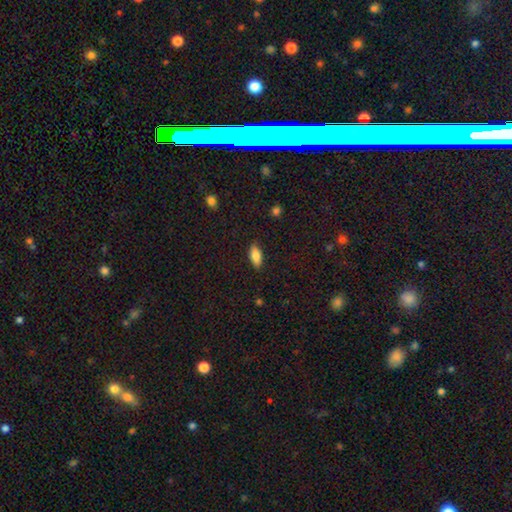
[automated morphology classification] A smooth galaxy with no disk features (83%) that is in between round and cigar-shaped (81%).

Vote fractions:
- Smooth or featured? smooth: 83% / featured or disk: 10% / star or artifact: 7%
- How rounded? in between: 81% / cigar-shaped: 17% / round: 2%
- Merging? none: 87% / minor disturbance: 10% / major disturbance: 2% / merger: 1%